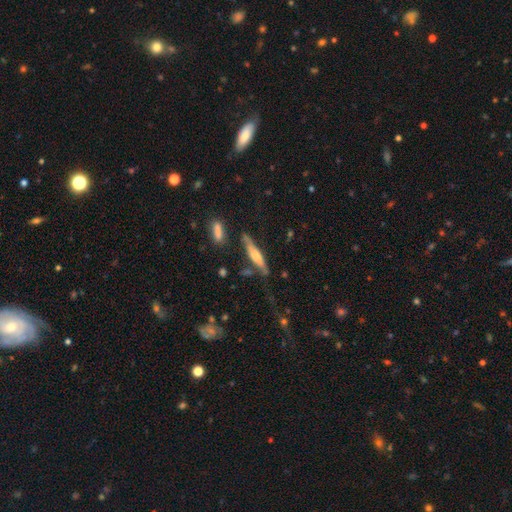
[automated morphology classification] Q: Smooth or featured?
A: smooth (51%); runner-up: featured or disk (42%)
Q: How rounded?
A: cigar-shaped (82%); runner-up: in between (16%)
Q: Merging?
A: none (64%); runner-up: minor disturbance (21%)